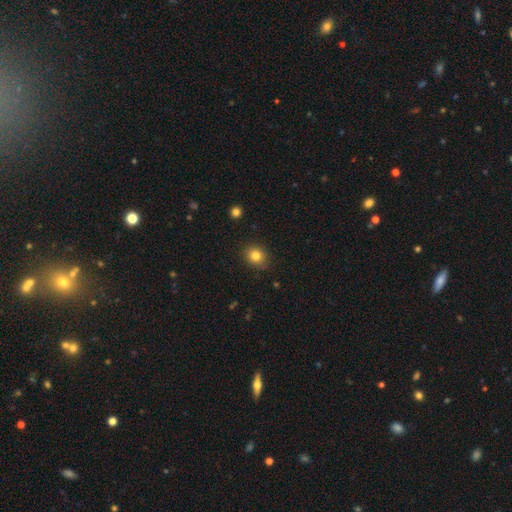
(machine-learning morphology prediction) This is clearly a smooth galaxy (82%). How rounded: likely round (68%). Merging: clearly none (88%).